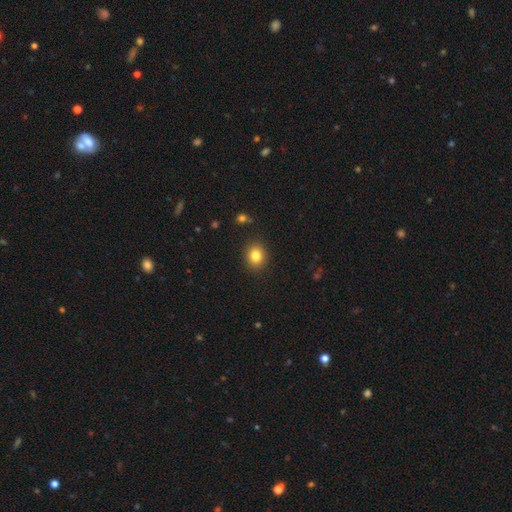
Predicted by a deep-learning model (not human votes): Smooth or featured? smooth (83%)
How rounded? round (67%)
Merging? none (89%)